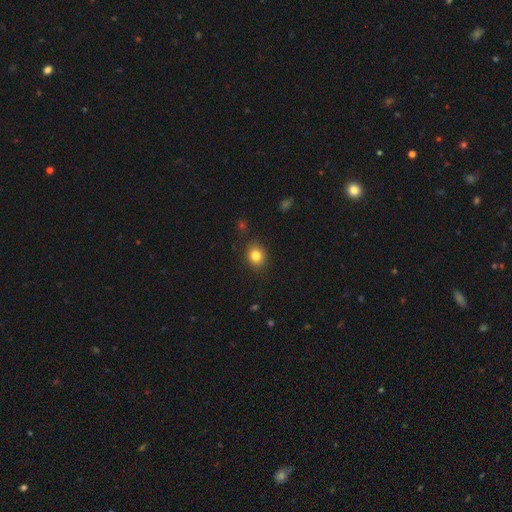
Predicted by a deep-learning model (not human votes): A smooth galaxy with no disk features (82%) that is round (63%).

Vote fractions:
- Smooth or featured? smooth: 82% / star or artifact: 11% / featured or disk: 7%
- How rounded? round: 63% / in between: 36% / cigar-shaped: 1%
- Merging? none: 84% / minor disturbance: 11% / major disturbance: 3% / merger: 2%